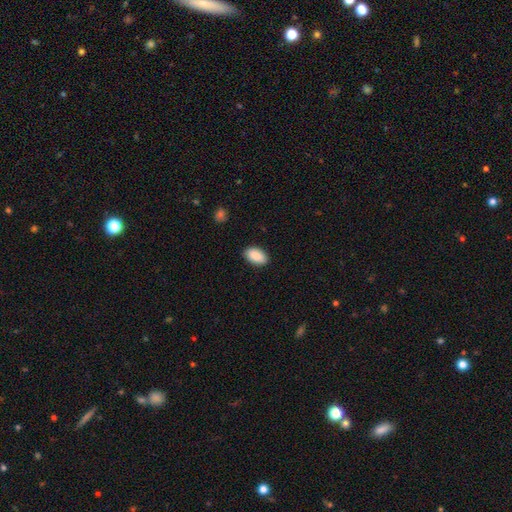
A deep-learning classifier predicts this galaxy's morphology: smooth-or-featured: smooth: 90% | star or artifact: 6% | featured or disk: 4%
  how-rounded: in between: 94% | round: 4% | cigar-shaped: 2%
  merging: none: 88% | minor disturbance: 9% | major disturbance: 2% | merger: 1%